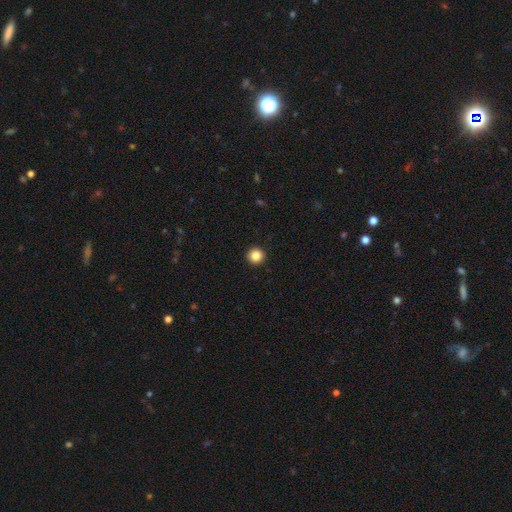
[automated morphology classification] Smooth or featured?
  - smooth: 85% *
  - star or artifact: 11%
  - featured or disk: 4%
How rounded?
  - round: 96% *
  - in between: 3%
  - cigar-shaped: 1%
Merging?
  - none: 94% *
  - minor disturbance: 3%
  - major disturbance: 1%
  - merger: 1%